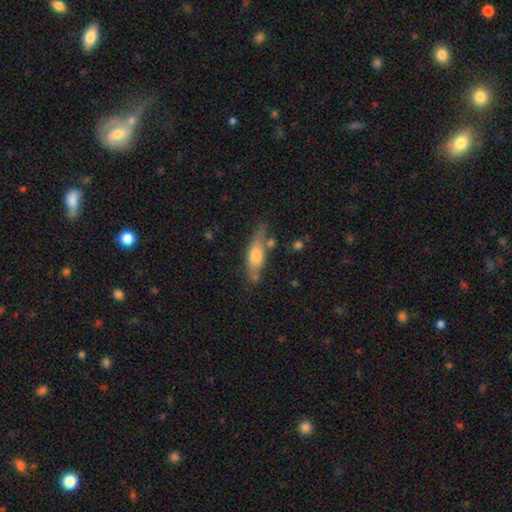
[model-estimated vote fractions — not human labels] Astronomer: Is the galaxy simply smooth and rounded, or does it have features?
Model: smooth — 56% (runner-up: featured or disk, 37%).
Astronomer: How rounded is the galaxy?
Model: in between — 49% (runner-up: cigar-shaped, 47%).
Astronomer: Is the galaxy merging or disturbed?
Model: none — 58%.